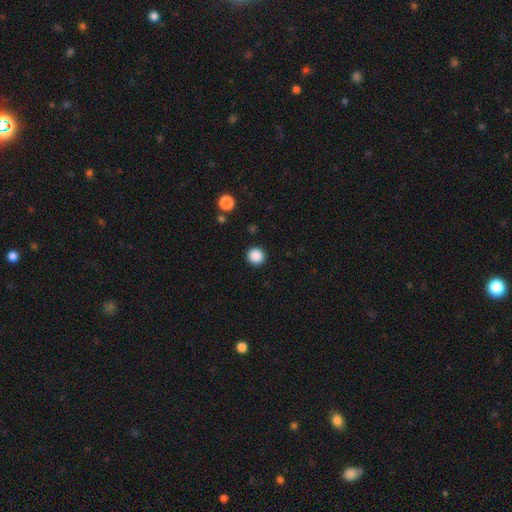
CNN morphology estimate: Smooth or featured: smooth — 88% (star or artifact — 10%)
How rounded: round — 95% (in between — 4%)
Merging: none — 92% (minor disturbance — 5%)